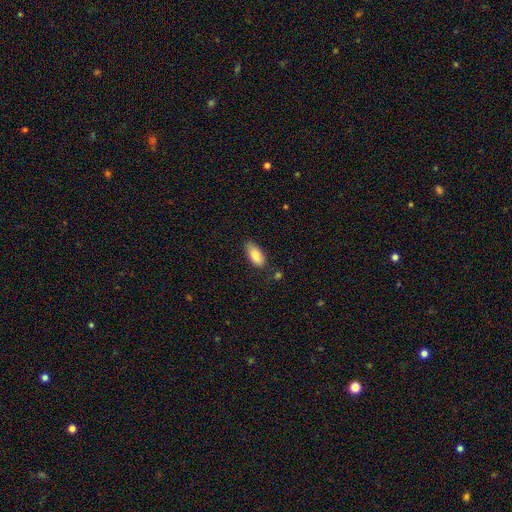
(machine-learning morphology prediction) The model was most divided on "merging": none: 69%, minor disturbance: 23%, major disturbance: 4%, merger: 3%. More confident: how rounded — in between (89%); smooth or featured — smooth (85%).